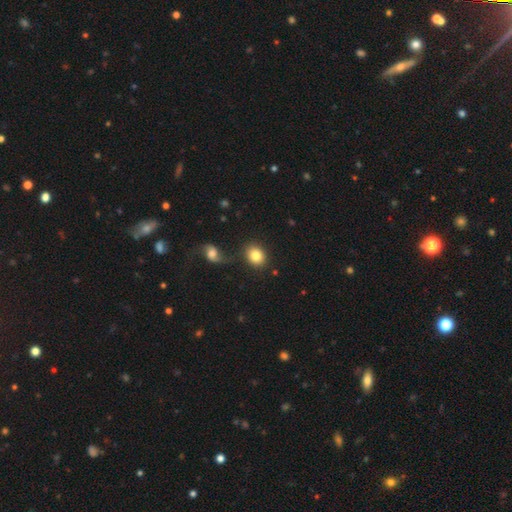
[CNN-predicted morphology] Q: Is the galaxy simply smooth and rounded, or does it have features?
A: smooth — 82%.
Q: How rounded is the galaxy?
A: round — 58%.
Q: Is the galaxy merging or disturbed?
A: none — 78%.